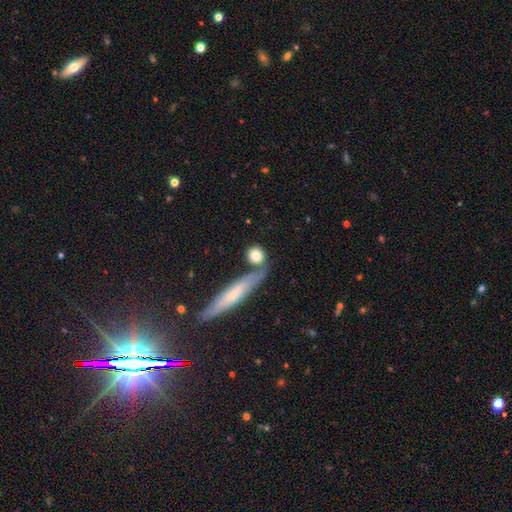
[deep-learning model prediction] smooth 80%, featured or disk 14%, star or artifact 7%. Down the decision tree: how rounded — round (73%); merging — none (62%).